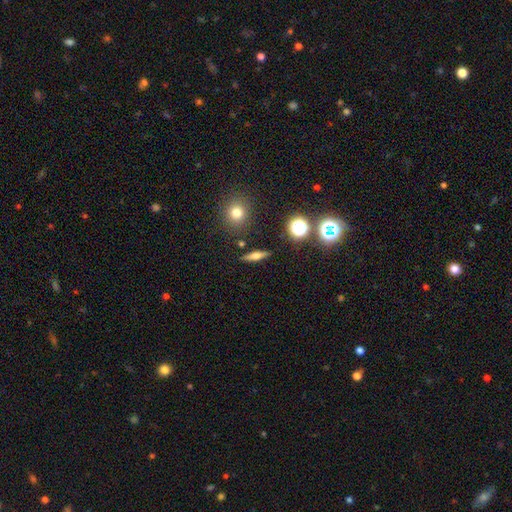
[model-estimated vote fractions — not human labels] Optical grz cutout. It shows a smooth galaxy with no disk features (44%). Merging: none (87%).